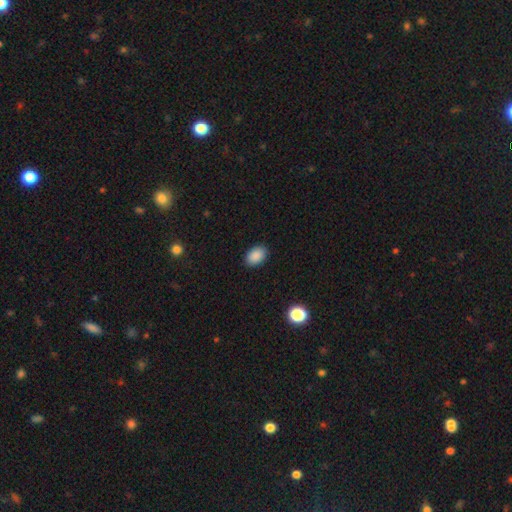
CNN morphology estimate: A smooth galaxy with no disk features (89%) that is in between round and cigar-shaped (84%).

Vote fractions:
- Smooth or featured? smooth: 89% / star or artifact: 9% / featured or disk: 3%
- How rounded? in between: 84% / round: 15% / cigar-shaped: 1%
- Merging? none: 88% / minor disturbance: 8% / major disturbance: 2% / merger: 1%